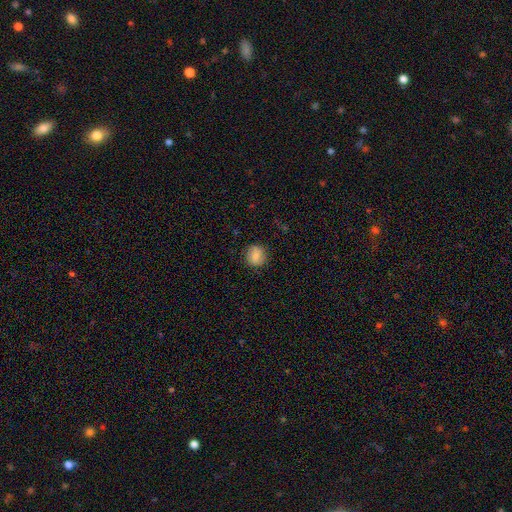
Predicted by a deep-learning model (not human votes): smooth-or-featured: smooth: 82% | featured or disk: 10% | star or artifact: 8%
  how-rounded: round: 82% | in between: 16% | cigar-shaped: 1%
  merging: none: 85% | minor disturbance: 11% | major disturbance: 3% | merger: 1%